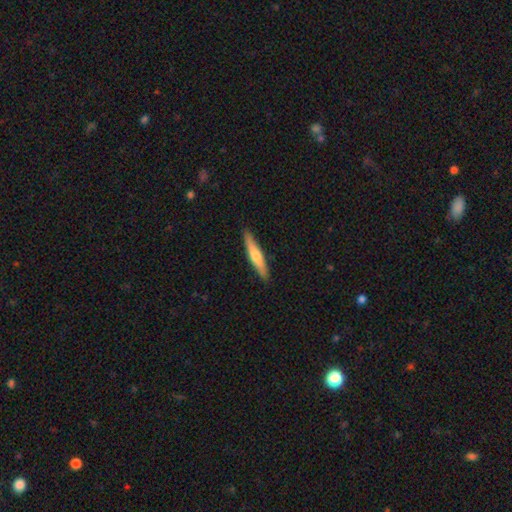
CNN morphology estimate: The model was most divided on "smooth or featured": smooth: 53%, featured or disk: 42%, star or artifact: 5%. More confident: how rounded — cigar-shaped (91%); merging — none (90%).